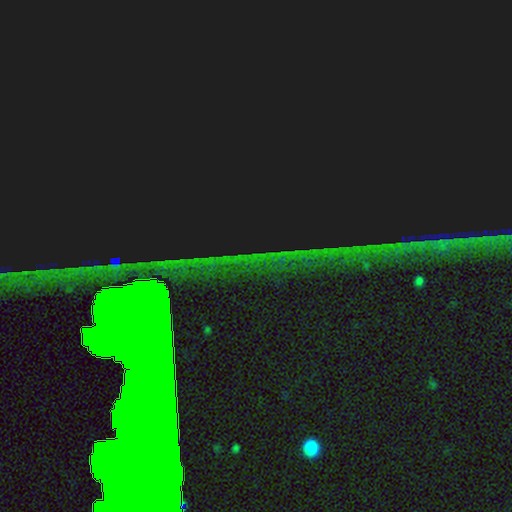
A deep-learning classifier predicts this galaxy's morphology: A star or artifact, not a galaxy (85%).

Vote fractions:
- Smooth or featured? star or artifact: 85% / smooth: 8% / featured or disk: 8%